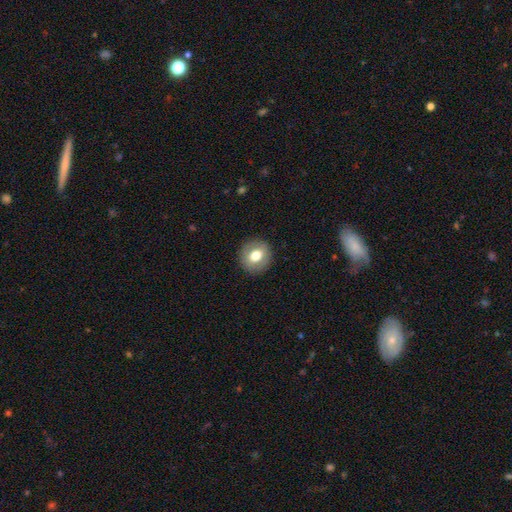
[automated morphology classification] A smooth galaxy with no disk features (71%) that is round (82%).

Vote fractions:
- Smooth or featured? smooth: 71% / featured or disk: 21% / star or artifact: 8%
- How rounded? round: 82% / in between: 17% / cigar-shaped: 1%
- Merging? none: 90% / minor disturbance: 7% / major disturbance: 2% / merger: 1%